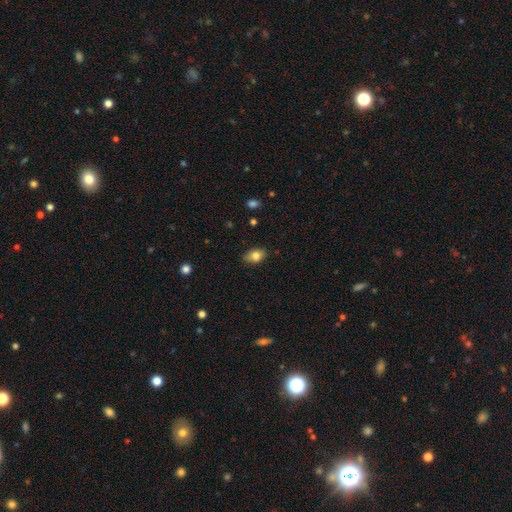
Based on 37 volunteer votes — Q: Smooth or featured?
A: smooth (70%); runner-up: featured or disk (24%)
Q: How rounded?
A: in between (81%); runner-up: round (19%)
Q: Merging?
A: none (63%); runner-up: minor disturbance (34%)